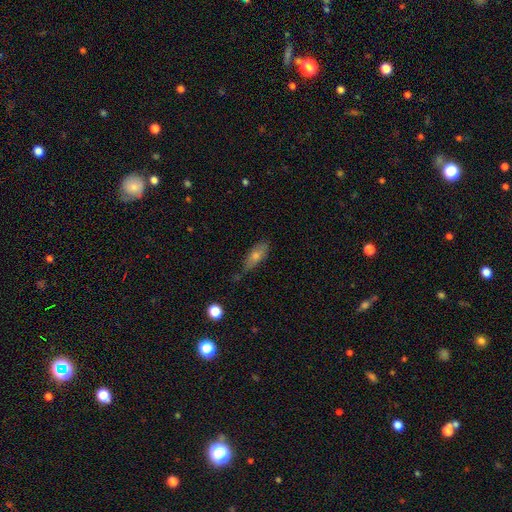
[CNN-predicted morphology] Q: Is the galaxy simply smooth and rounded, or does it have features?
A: smooth — 56%.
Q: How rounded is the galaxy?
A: in between — 58%.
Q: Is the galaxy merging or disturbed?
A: none — 68%.